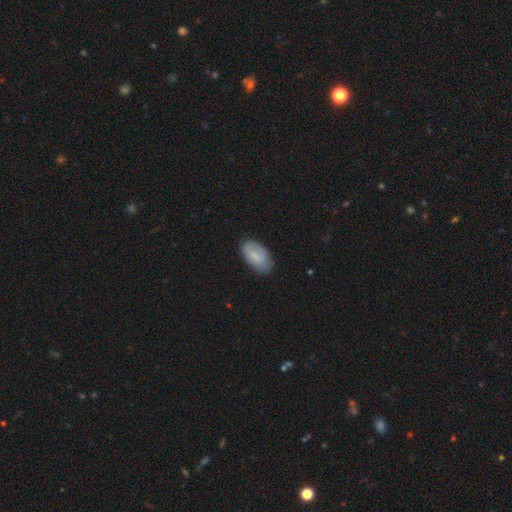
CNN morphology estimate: smooth-or-featured: smooth: 76% | featured or disk: 18% | star or artifact: 6%
  how-rounded: in between: 94% | round: 3% | cigar-shaped: 2%
  merging: none: 77% | minor disturbance: 19% | major disturbance: 4% | merger: 1%